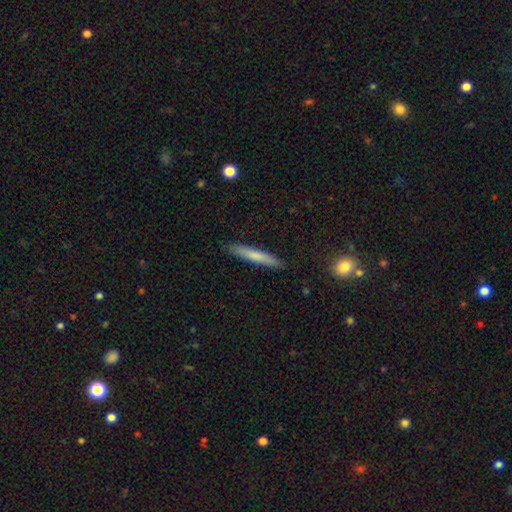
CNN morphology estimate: A smooth galaxy with no disk features (73%) that is cigar-shaped (94%). Merging: none (89%).